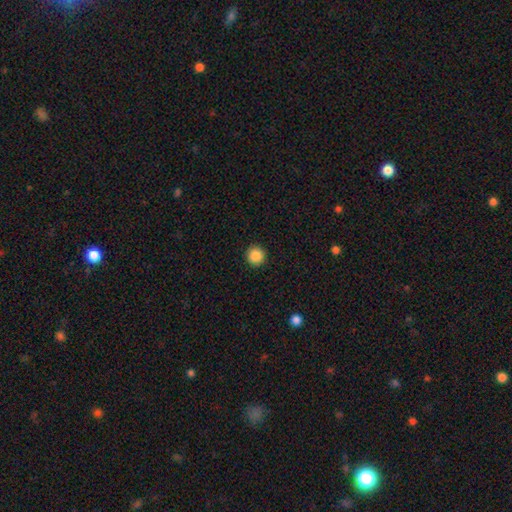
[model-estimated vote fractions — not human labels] Smooth or featured? smooth (87%)
How rounded? round (96%)
Merging? none (93%)